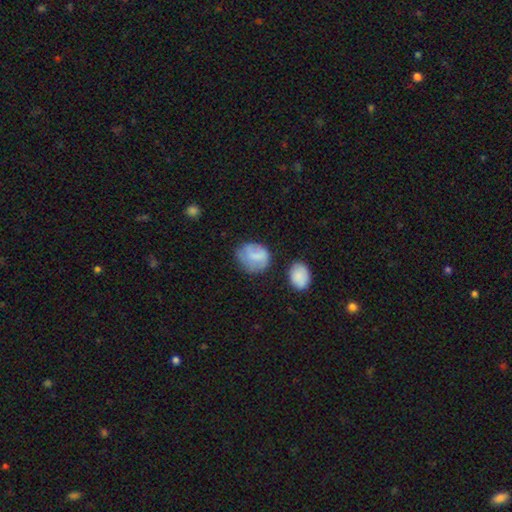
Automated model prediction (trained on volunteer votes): A smooth galaxy with no disk features (69%) that is round (57%).

Vote fractions:
- Smooth or featured? smooth: 69% / featured or disk: 22% / star or artifact: 8%
- How rounded? round: 57% / in between: 42% / cigar-shaped: 1%
- Merging? none: 52% / minor disturbance: 29% / major disturbance: 15% / merger: 5%